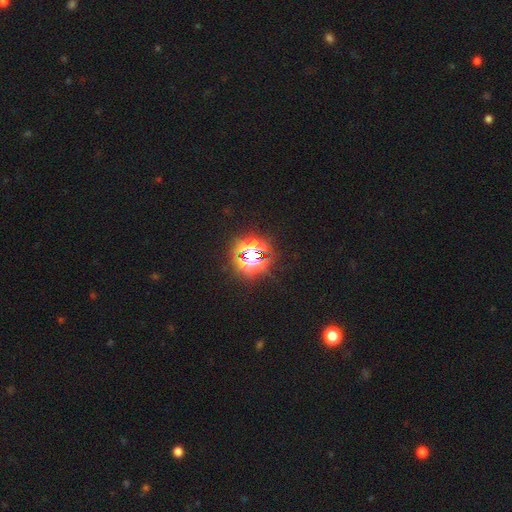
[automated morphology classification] smooth_or_featured: star or artifact (p=0.72) [alt: smooth p=0.18]